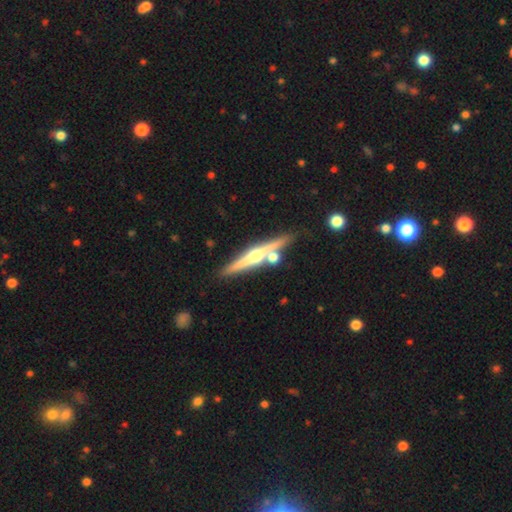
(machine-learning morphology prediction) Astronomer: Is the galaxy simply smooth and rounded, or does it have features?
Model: featured or disk — 77%.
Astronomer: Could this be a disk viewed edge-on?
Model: yes — 98%.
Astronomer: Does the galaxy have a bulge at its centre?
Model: rounded — 94%.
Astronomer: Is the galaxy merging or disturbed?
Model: none — 78%.